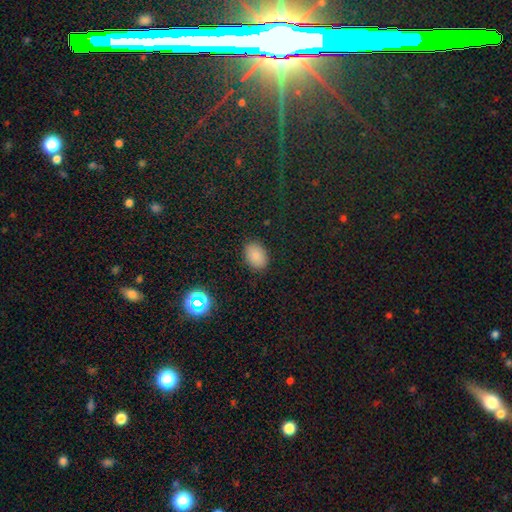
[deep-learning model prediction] A smooth galaxy with no disk features (84%) that is in between round and cigar-shaped (79%).

Vote fractions:
- Smooth or featured? smooth: 84% / star or artifact: 10% / featured or disk: 6%
- How rounded? in between: 79% / round: 20% / cigar-shaped: 1%
- Merging? none: 88% / minor disturbance: 9% / major disturbance: 3% / merger: 1%